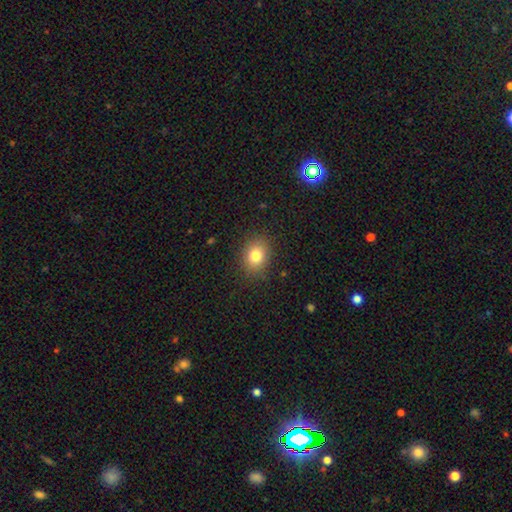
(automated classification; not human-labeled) Smooth or featured?
  - smooth: 80% *
  - star or artifact: 11%
  - featured or disk: 8%
How rounded?
  - round: 50% *
  - in between: 49%
  - cigar-shaped: 1%
Merging?
  - none: 86% *
  - minor disturbance: 9%
  - major disturbance: 3%
  - merger: 1%